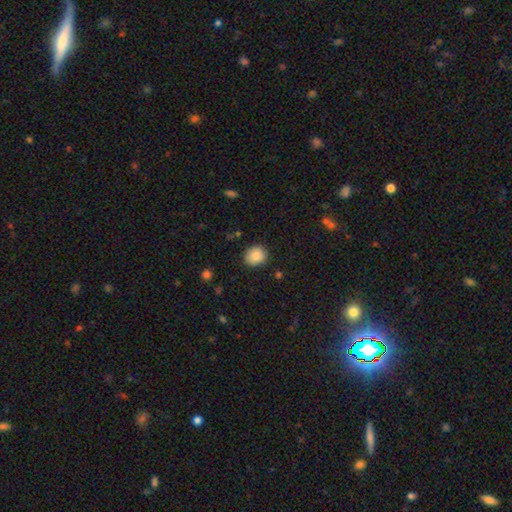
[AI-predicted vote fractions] smooth-or-featured: smooth: 86% | star or artifact: 8% | featured or disk: 6%
  how-rounded: round: 73% | in between: 26% | cigar-shaped: 1%
  merging: none: 87% | minor disturbance: 9% | major disturbance: 2% | merger: 1%